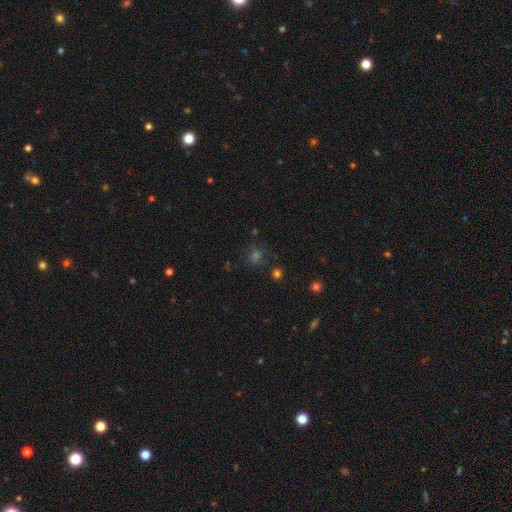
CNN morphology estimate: A smooth galaxy with no disk features (44%).

Vote fractions:
- Smooth or featured? smooth: 44% / star or artifact: 43% / featured or disk: 13%
- Merging? none: 77% / minor disturbance: 12% / major disturbance: 7% / merger: 5%